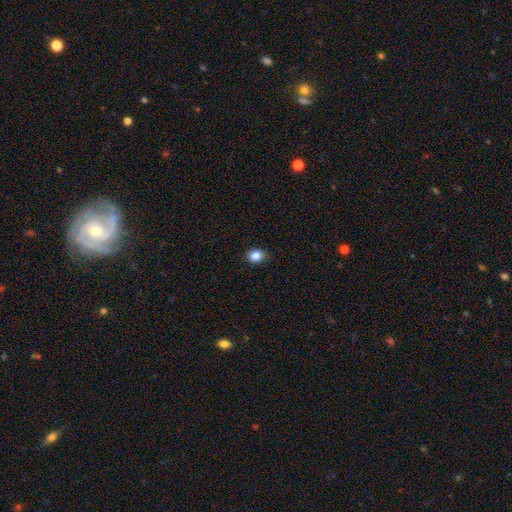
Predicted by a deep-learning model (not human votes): Overall: smooth (86%). How rounded: round (55%; in between 44%). Merging: none (89%).